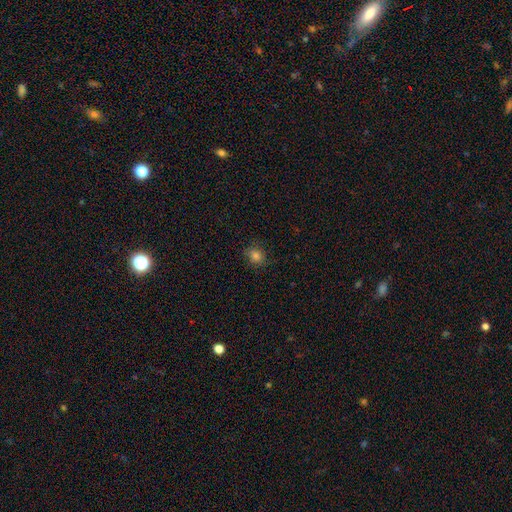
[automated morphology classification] Smooth or featured?
  - smooth: 80% *
  - star or artifact: 14%
  - featured or disk: 6%
How rounded?
  - round: 68% *
  - in between: 31%
  - cigar-shaped: 1%
Merging?
  - none: 84% *
  - minor disturbance: 13%
  - major disturbance: 3%
  - merger: 1%